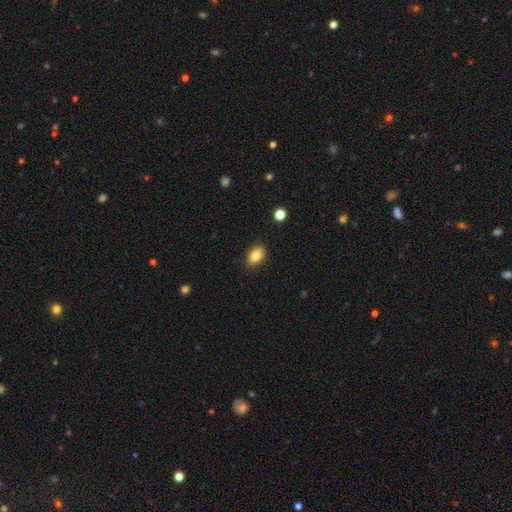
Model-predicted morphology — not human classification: Smooth or featured? Predicted: smooth (p=0.82). How rounded? Predicted: in between (p=0.86). Merging? Predicted: none (p=0.87).